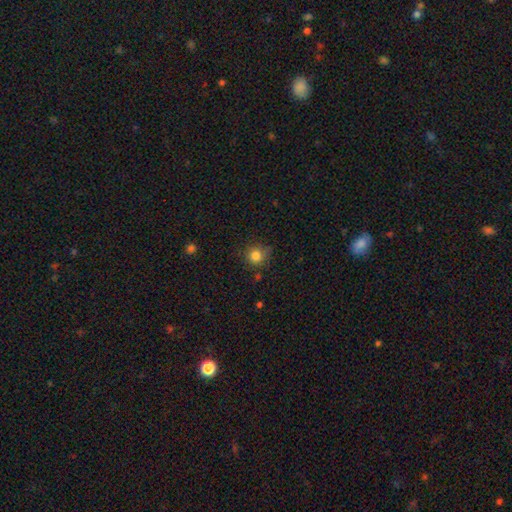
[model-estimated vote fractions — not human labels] Smooth or featured? smooth (83%)
How rounded? round (90%)
Merging? none (71%)